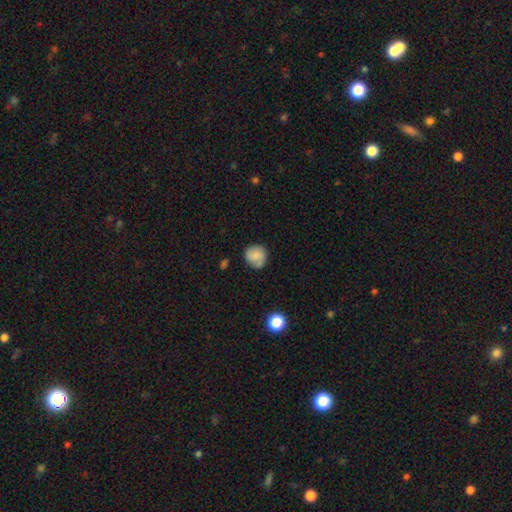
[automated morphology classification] smooth 80%, featured or disk 11%, star or artifact 8%. Down the decision tree: how rounded — round (87%); merging — none (73%).